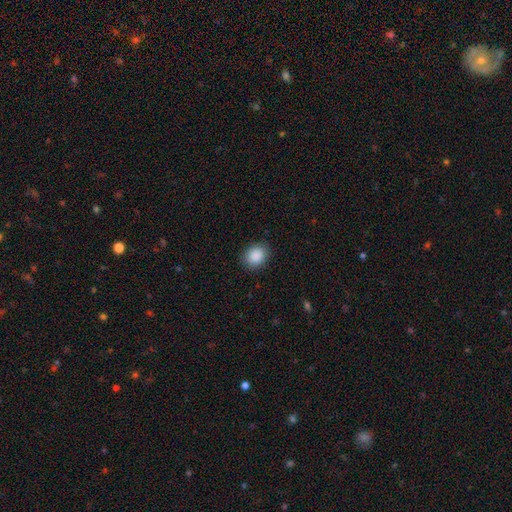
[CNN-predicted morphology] type=smooth (89%); roundness=round (52%); merging=none (86%).